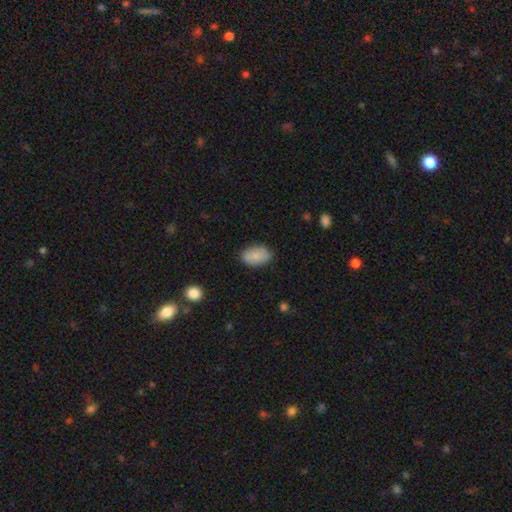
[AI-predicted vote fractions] This appears to be a smooth galaxy with no disk features (84%) that is in between round and cigar-shaped (89%). Merging: none (78%).